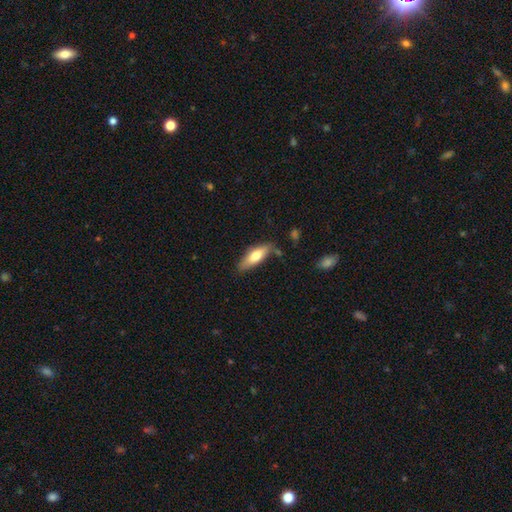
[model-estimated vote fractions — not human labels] Smooth or featured?
  - smooth: 71% *
  - featured or disk: 23%
  - star or artifact: 6%
How rounded?
  - in between: 58% *
  - cigar-shaped: 40%
  - round: 2%
Merging?
  - none: 75% *
  - minor disturbance: 17%
  - merger: 4%
  - major disturbance: 3%